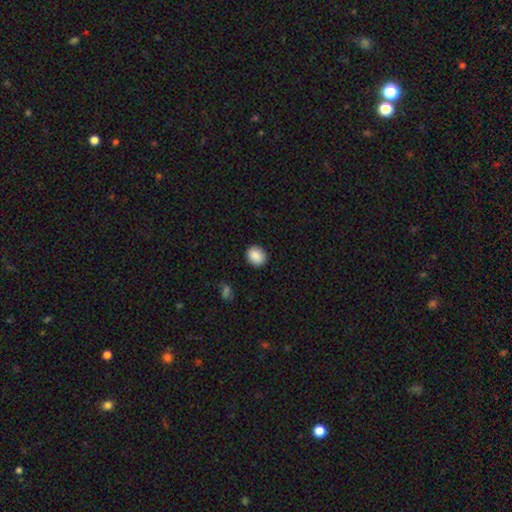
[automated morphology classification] Smooth or featured?
  - smooth: 89% *
  - star or artifact: 8%
  - featured or disk: 3%
How rounded?
  - round: 55% *
  - in between: 44%
  - cigar-shaped: 1%
Merging?
  - none: 89% *
  - minor disturbance: 8%
  - major disturbance: 2%
  - merger: 1%